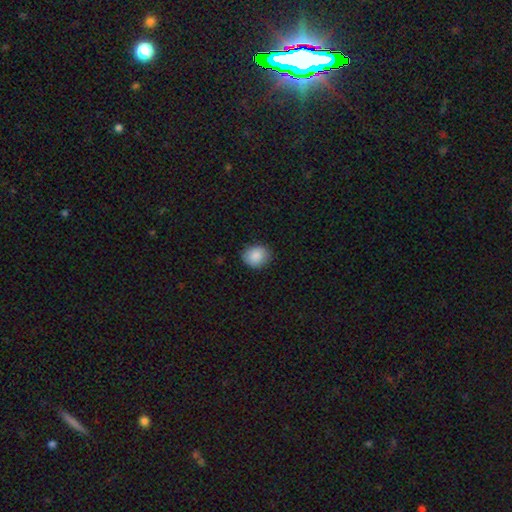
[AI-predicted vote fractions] Smooth or featured: smooth — 88% (star or artifact — 8%)
How rounded: round — 67% (in between — 32%)
Merging: none — 86% (minor disturbance — 10%)